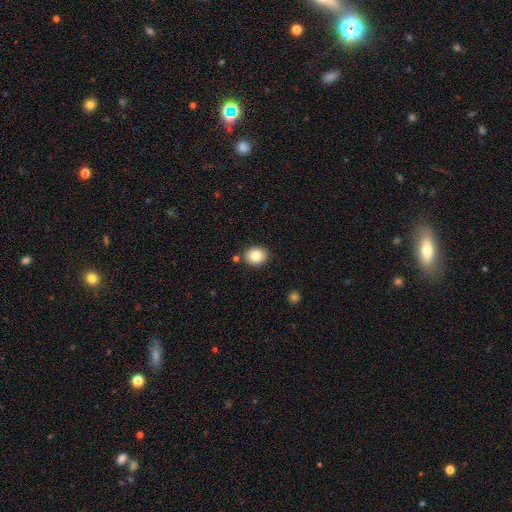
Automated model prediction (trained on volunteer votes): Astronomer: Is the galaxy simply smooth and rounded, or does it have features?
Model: smooth — 83%.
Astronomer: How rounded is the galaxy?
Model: round — 58% (runner-up: in between, 41%).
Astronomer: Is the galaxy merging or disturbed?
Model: none — 86%.